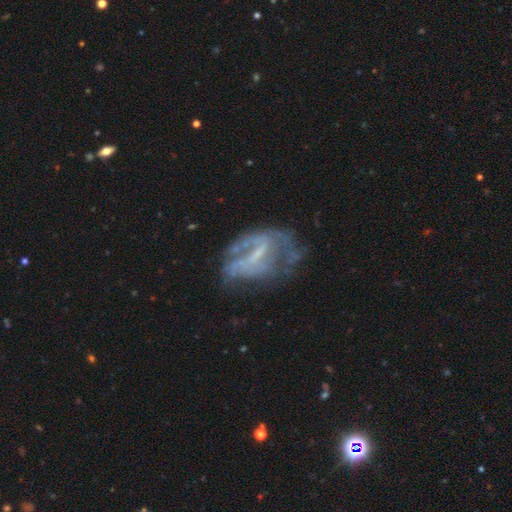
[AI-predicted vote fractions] A featured or disk galaxy (73%) with a weak bar (42%), spiral arms (56%) and no central bulge (41%). Merging: none (38%).